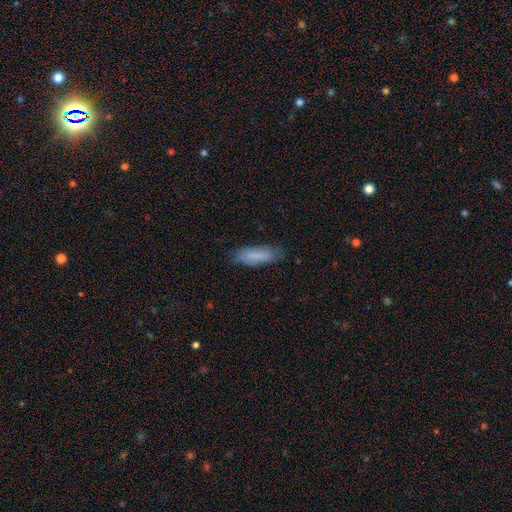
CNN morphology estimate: Smooth or featured? Predicted: smooth (p=0.77). How rounded? Predicted: cigar-shaped (p=0.51). Merging? Predicted: none (p=0.76).